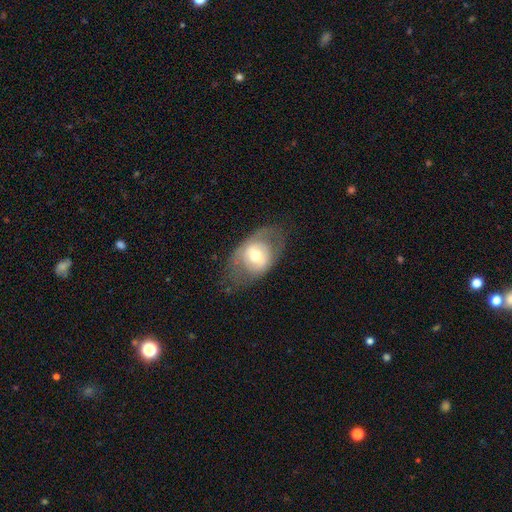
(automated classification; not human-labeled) This is possibly a featured or disk galaxy (52%). It is clearly not viewed edge-on (91%). Merging: likely none (67%).